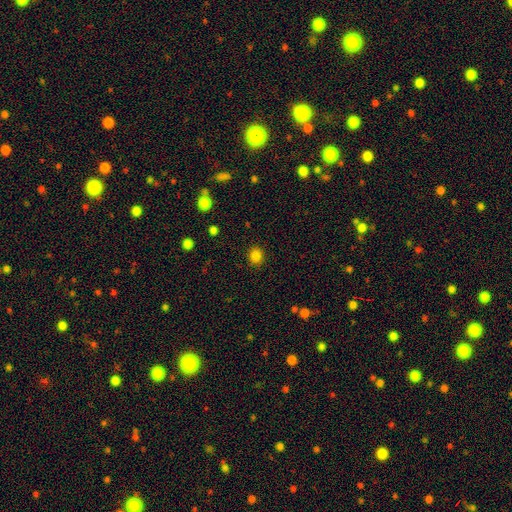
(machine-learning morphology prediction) Smooth or featured: smooth — 83% (star or artifact — 12%)
How rounded: round — 76% (in between — 23%)
Merging: none — 90% (minor disturbance — 7%)